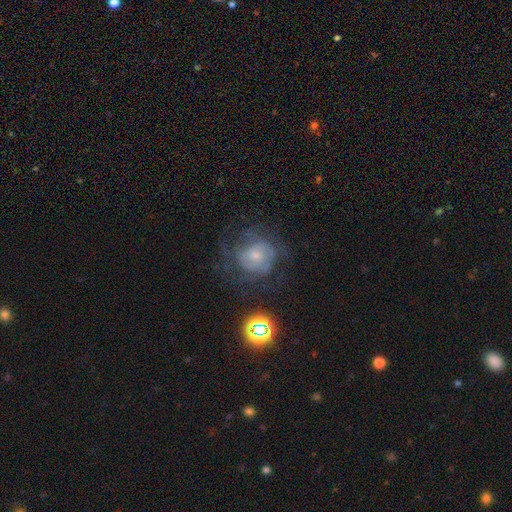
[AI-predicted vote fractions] Q: Smooth or featured?
A: featured or disk (58%); runner-up: smooth (29%)
Q: Edge-on disk?
A: no (97%); runner-up: yes (3%)
Q: Bar?
A: no (72%); runner-up: weak (24%)
Q: Spiral arms?
A: yes (73%); runner-up: no (27%)
Q: Bulge size?
A: small (53%); runner-up: moderate (35%)
Q: Merging?
A: none (52%); runner-up: major disturbance (26%)